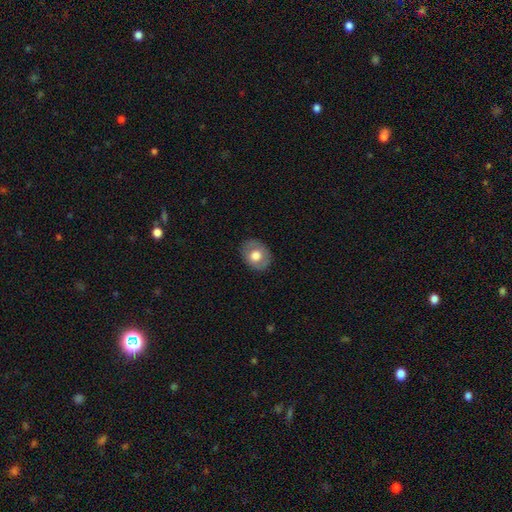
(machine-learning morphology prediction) smooth 66%, featured or disk 27%, star or artifact 7%. Down the decision tree: how rounded — round (51%); merging — none (83%).